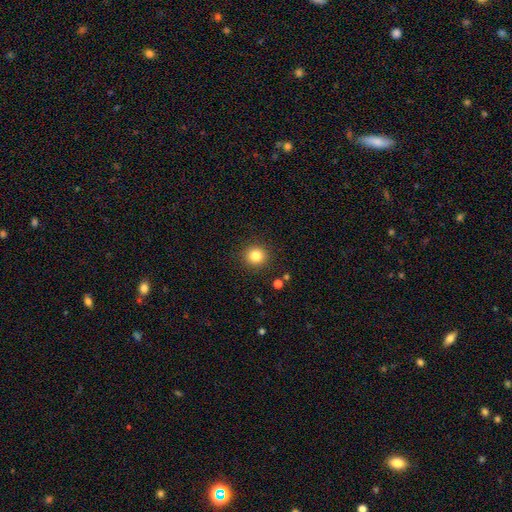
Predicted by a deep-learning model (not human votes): Smooth or featured?
  - smooth: 82% *
  - star or artifact: 12%
  - featured or disk: 6%
How rounded?
  - round: 92% *
  - in between: 7%
  - cigar-shaped: 1%
Merging?
  - none: 90% *
  - minor disturbance: 6%
  - major disturbance: 2%
  - merger: 2%